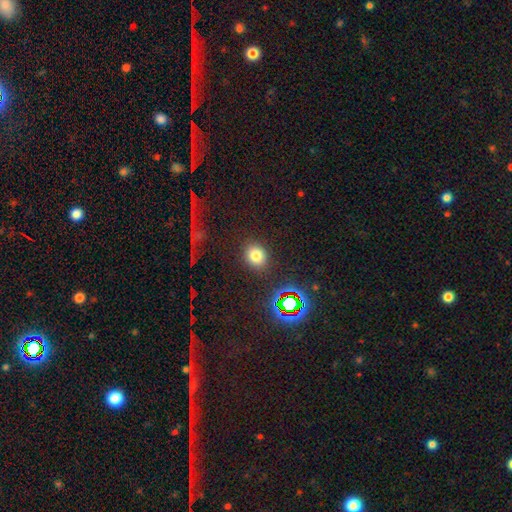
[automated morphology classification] smooth-or-featured: smooth: 74% | star or artifact: 18% | featured or disk: 8%
  how-rounded: round: 65% | in between: 34% | cigar-shaped: 1%
  merging: none: 86% | minor disturbance: 9% | major disturbance: 3% | merger: 2%